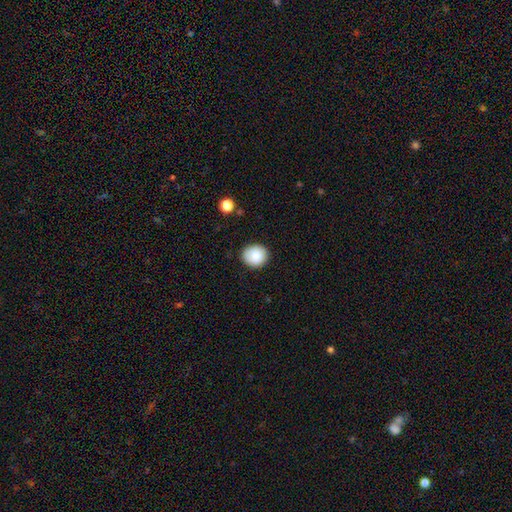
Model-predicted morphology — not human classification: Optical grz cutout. It shows a smooth galaxy with no disk features (83%) that is round (84%). Merging: none (86%).